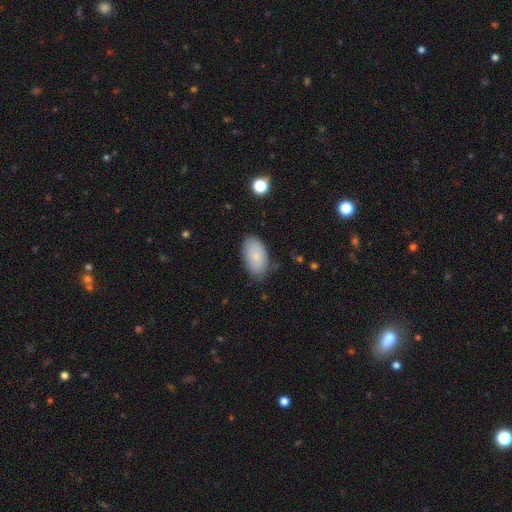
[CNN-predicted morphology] smooth_or_featured: smooth (p=0.84) [alt: featured or disk p=0.09]
how_rounded: in between (p=0.95) [alt: round p=0.03]
merging: none (p=0.78) [alt: minor disturbance p=0.17]